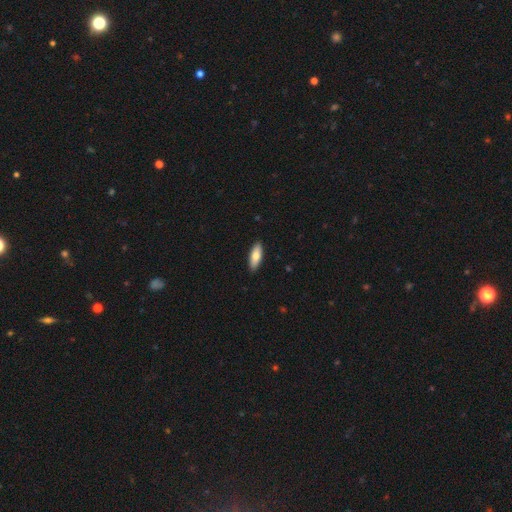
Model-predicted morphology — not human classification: smooth 77%, featured or disk 17%, star or artifact 5%. Down the decision tree: how rounded — in between (68%); merging — none (90%).